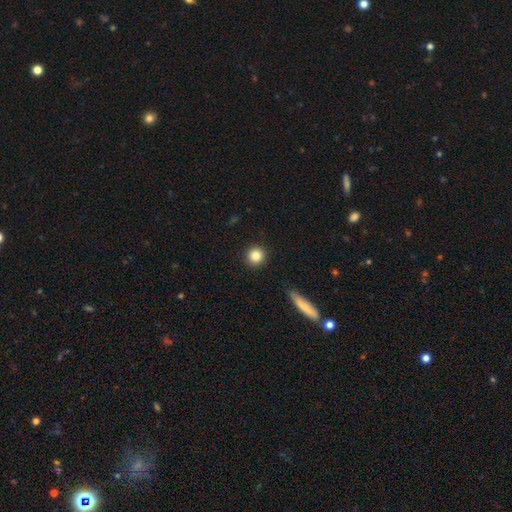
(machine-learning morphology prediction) Smooth or featured?
  - smooth: 86% *
  - star or artifact: 9%
  - featured or disk: 5%
How rounded?
  - round: 93% *
  - in between: 6%
  - cigar-shaped: 1%
Merging?
  - none: 91% *
  - minor disturbance: 6%
  - major disturbance: 2%
  - merger: 1%